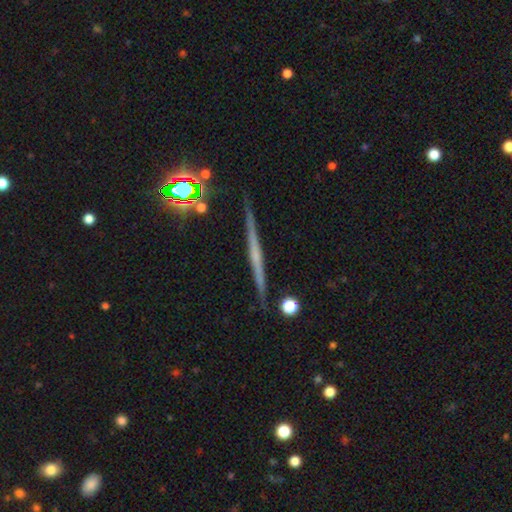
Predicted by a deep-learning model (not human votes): The model was most divided on "edge-on bulge": none: 65%, rounded: 26%, boxy: 9%. More confident: edge-on disk — yes (98%); merging — none (91%); smooth or featured — featured or disk (66%).